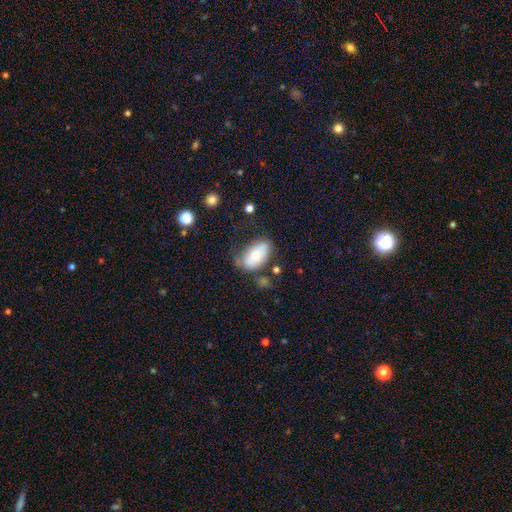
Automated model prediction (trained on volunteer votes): A smooth galaxy with no disk features (64%) that is in between round and cigar-shaped (93%).

Vote fractions:
- Smooth or featured? smooth: 64% / featured or disk: 28% / star or artifact: 7%
- How rounded? in between: 93% / round: 5% / cigar-shaped: 2%
- Merging? none: 50% / minor disturbance: 30% / major disturbance: 13% / merger: 6%